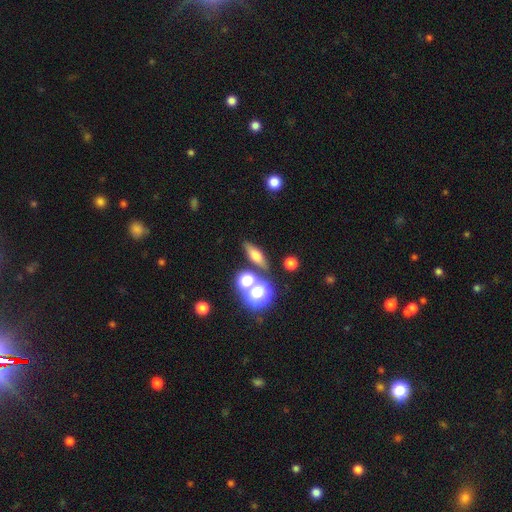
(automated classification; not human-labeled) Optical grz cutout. It shows a smooth galaxy with no disk features (52%) that is in between round and cigar-shaped (41%). Merging: none (79%).